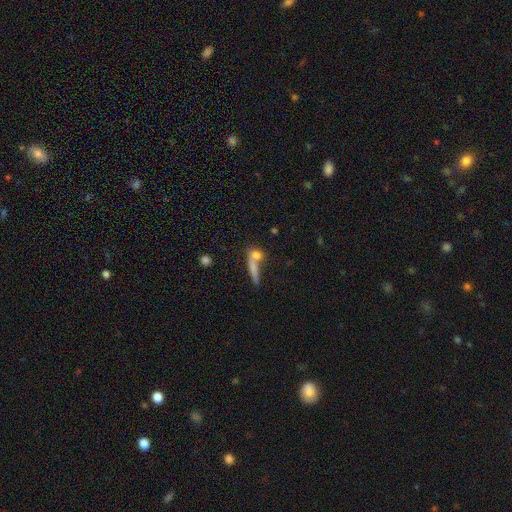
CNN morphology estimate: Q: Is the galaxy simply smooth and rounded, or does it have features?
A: smooth — 70%.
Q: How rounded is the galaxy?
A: cigar-shaped — 43%.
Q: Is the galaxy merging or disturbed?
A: none — 47%.